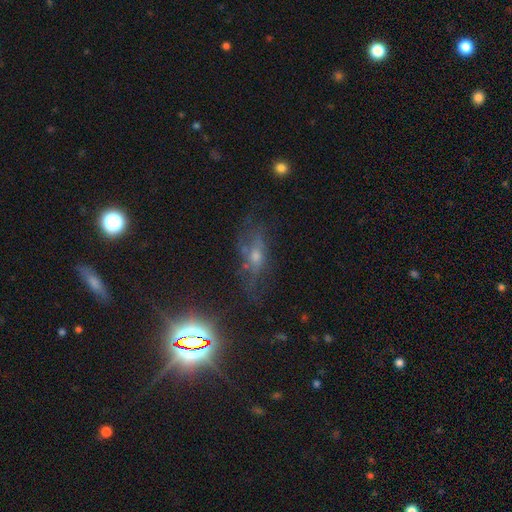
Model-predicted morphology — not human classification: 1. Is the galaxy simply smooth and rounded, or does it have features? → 43% featured or disk, 30% star or artifact, 28% smooth.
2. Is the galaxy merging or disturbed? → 52% none, 23% minor disturbance, 22% major disturbance, 4% merger.